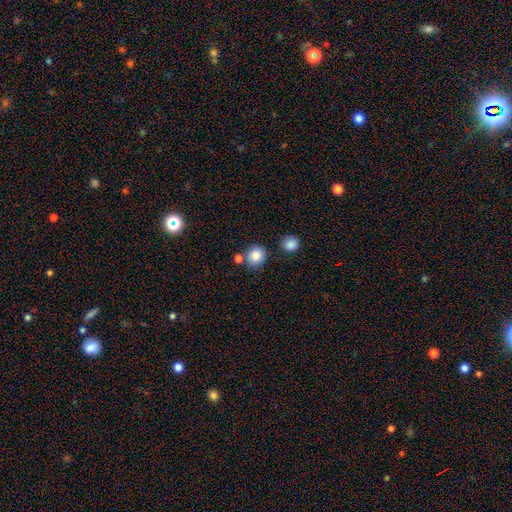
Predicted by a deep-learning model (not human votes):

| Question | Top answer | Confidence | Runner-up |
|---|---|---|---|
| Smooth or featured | smooth | 84% | star or artifact (10%) |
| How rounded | round | 85% | in between (14%) |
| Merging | none | 71% | merger (14%) |